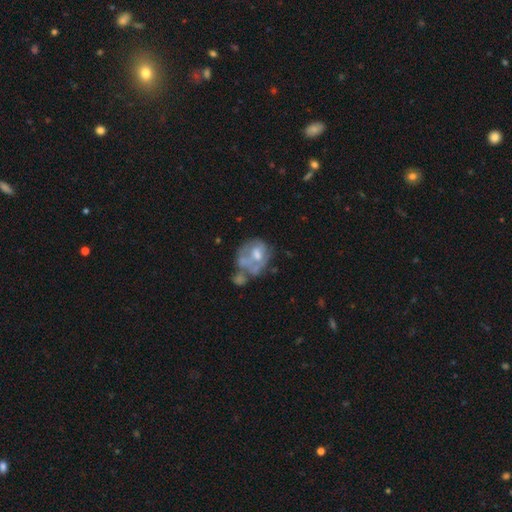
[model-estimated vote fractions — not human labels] This is possibly a featured or disk galaxy (55%). It is clearly not viewed edge-on (98%). Bar: likely no (79%). Spiral arm pattern: clearly no (83%). Central bulge: possibly moderate (50%). Merging: marginally merger (28%).